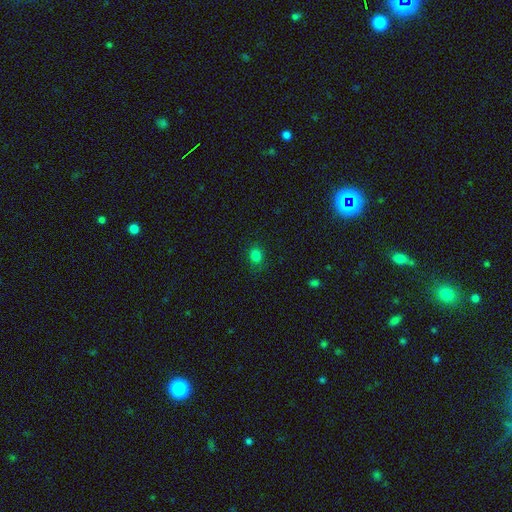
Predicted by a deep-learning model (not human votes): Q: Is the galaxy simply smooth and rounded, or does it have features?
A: smooth — 80%.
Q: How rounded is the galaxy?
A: round — 70%.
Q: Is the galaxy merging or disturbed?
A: none — 83%.